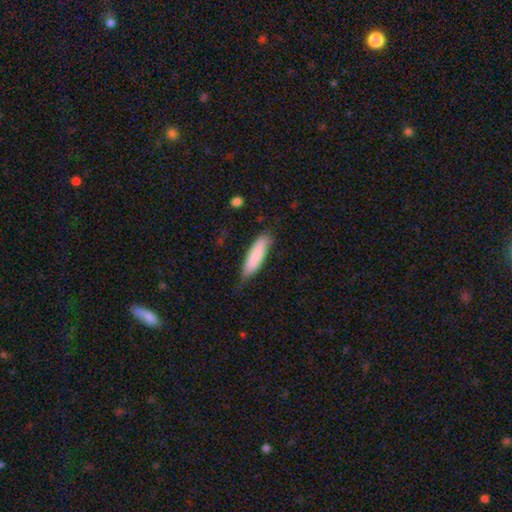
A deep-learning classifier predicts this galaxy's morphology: Smooth or featured: smooth — 83% (featured or disk — 11%)
How rounded: cigar-shaped — 61% (in between — 37%)
Merging: none — 68% (minor disturbance — 25%)